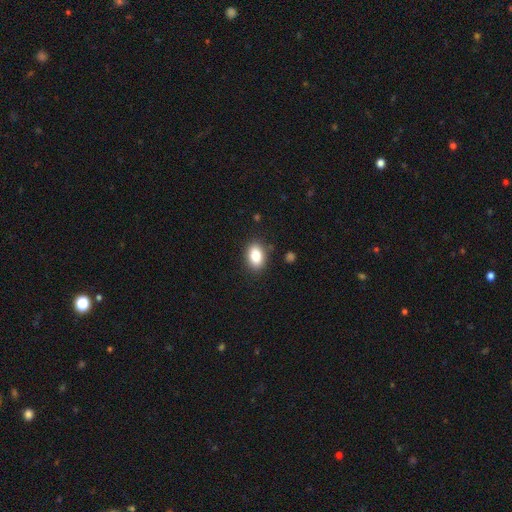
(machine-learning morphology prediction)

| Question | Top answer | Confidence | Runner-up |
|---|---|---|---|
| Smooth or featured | smooth | 84% | star or artifact (8%) |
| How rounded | in between | 83% | round (15%) |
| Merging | none | 87% | minor disturbance (9%) |